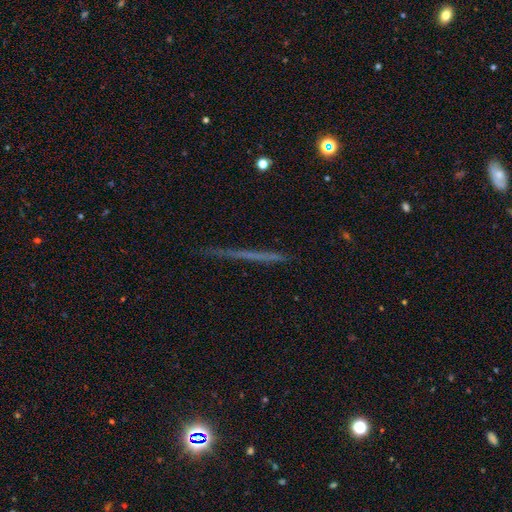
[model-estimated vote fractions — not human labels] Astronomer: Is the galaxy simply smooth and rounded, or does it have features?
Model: featured or disk — 48% (runner-up: smooth, 39%).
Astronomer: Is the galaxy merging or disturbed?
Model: none — 87%.